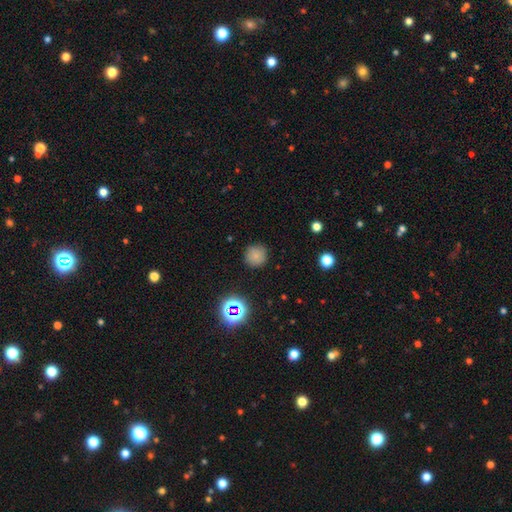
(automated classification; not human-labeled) Smooth or featured? Predicted: smooth (p=0.77). How rounded? Predicted: round (p=0.94). Merging? Predicted: none (p=0.87).